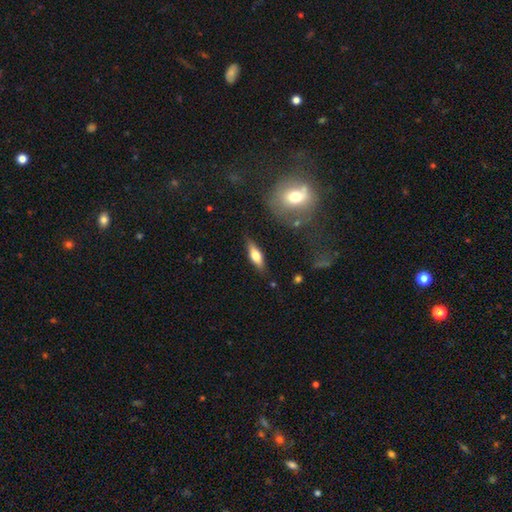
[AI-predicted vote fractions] Smooth or featured: smooth — 54% (featured or disk — 39%)
How rounded: in between — 51% (cigar-shaped — 45%)
Merging: none — 83% (minor disturbance — 12%)